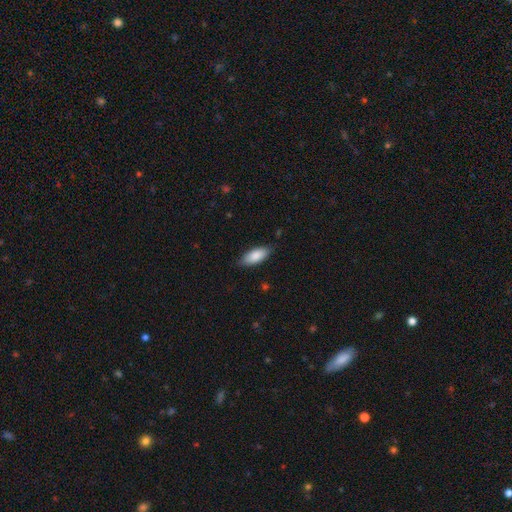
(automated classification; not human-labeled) A smooth galaxy with no disk features (85%) that is in between round and cigar-shaped (81%).

Vote fractions:
- Smooth or featured? smooth: 85% / featured or disk: 9% / star or artifact: 6%
- How rounded? in between: 81% / cigar-shaped: 18% / round: 2%
- Merging? none: 81% / minor disturbance: 16% / major disturbance: 3% / merger: 1%